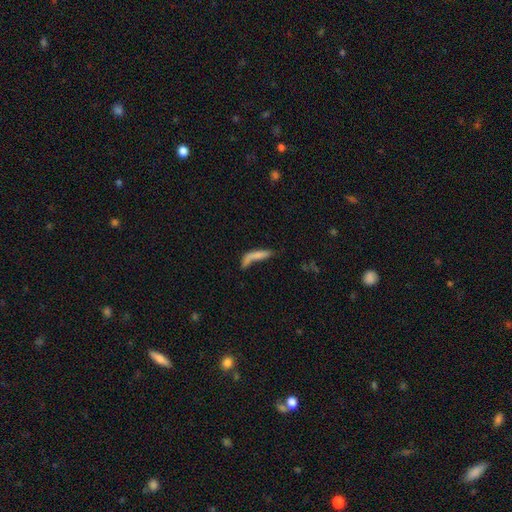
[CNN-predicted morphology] The model was most divided on "merging": none: 35%, major disturbance: 24%, merger: 22%, minor disturbance: 19%. More confident: how rounded — cigar-shaped (73%); smooth or featured — smooth (67%).